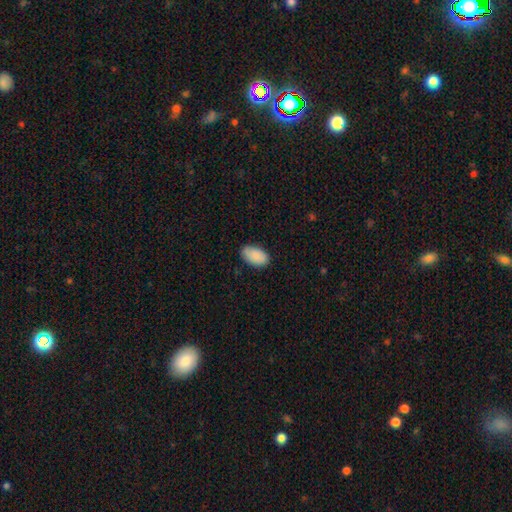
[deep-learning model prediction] Overall: smooth (89%). How rounded: in between (95%). Merging: none (82%).